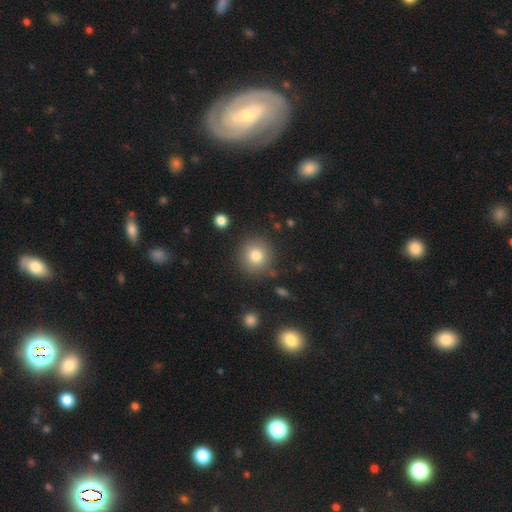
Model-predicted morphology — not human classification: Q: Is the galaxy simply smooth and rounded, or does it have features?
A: smooth — 80%.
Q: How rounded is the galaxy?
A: round — 92%.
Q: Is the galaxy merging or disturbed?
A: none — 85%.